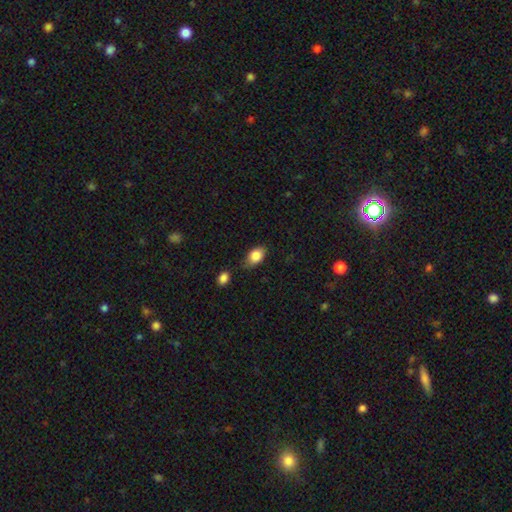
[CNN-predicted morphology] Smooth or featured? Predicted: smooth (p=0.83). How rounded? Predicted: in between (p=0.82). Merging? Predicted: none (p=0.69).